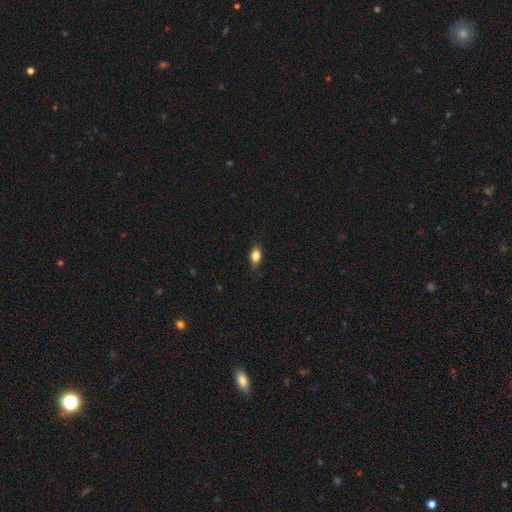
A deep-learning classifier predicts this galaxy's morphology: This is clearly a smooth galaxy (82%). How rounded: likely in between (79%). Merging: likely none (78%).